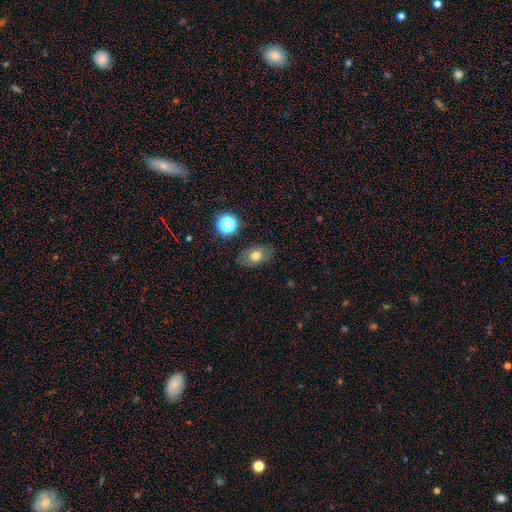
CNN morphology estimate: A smooth galaxy with no disk features (70%) that is in between round and cigar-shaped (79%).

Vote fractions:
- Smooth or featured? smooth: 70% / featured or disk: 18% / star or artifact: 12%
- How rounded? in between: 79% / round: 19% / cigar-shaped: 1%
- Merging? none: 82% / minor disturbance: 13% / major disturbance: 3% / merger: 2%